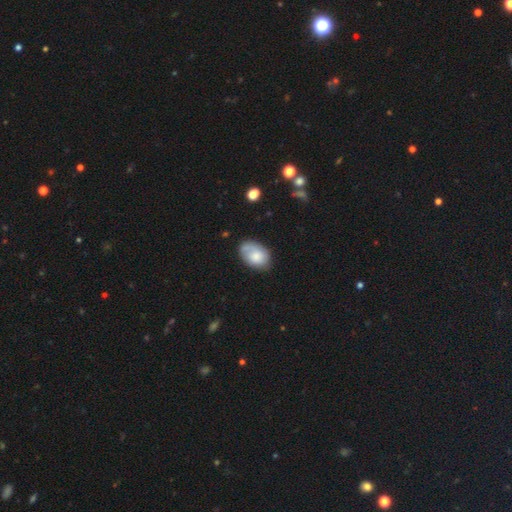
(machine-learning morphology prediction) A smooth galaxy with no disk features (69%) that is in between round and cigar-shaped (87%).

Vote fractions:
- Smooth or featured? smooth: 69% / featured or disk: 24% / star or artifact: 7%
- How rounded? in between: 87% / round: 12% / cigar-shaped: 1%
- Merging? none: 62% / minor disturbance: 27% / major disturbance: 8% / merger: 3%